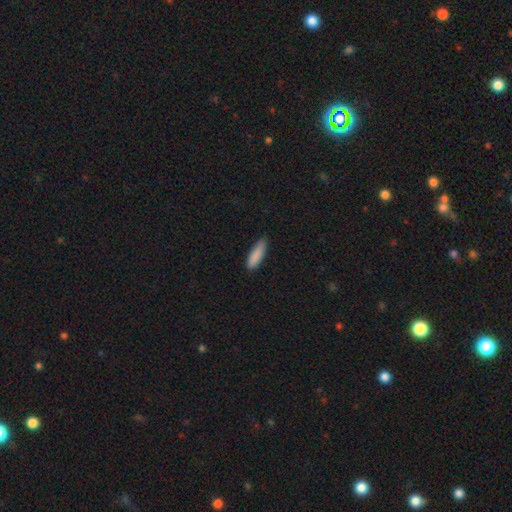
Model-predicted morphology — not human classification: This appears to be a smooth galaxy with no disk features (88%) that is cigar-shaped (63%). Merging: none (84%).